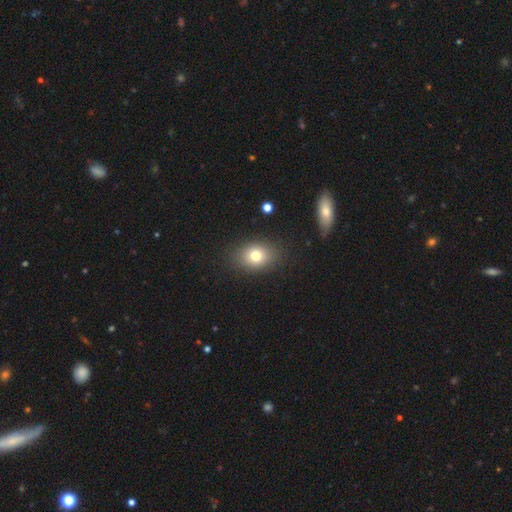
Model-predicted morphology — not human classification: smooth 76%, featured or disk 12%, star or artifact 12%. Down the decision tree: how rounded — in between (63%); merging — none (85%).